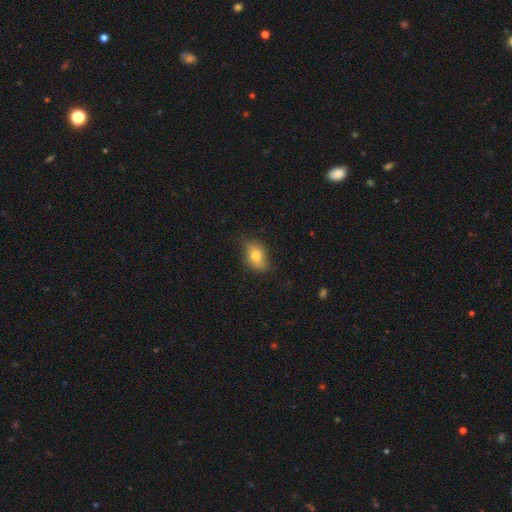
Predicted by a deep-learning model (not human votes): smooth-or-featured: smooth: 75% | featured or disk: 17% | star or artifact: 9%
  how-rounded: in between: 83% | round: 15% | cigar-shaped: 2%
  merging: none: 74% | minor disturbance: 21% | major disturbance: 4% | merger: 1%